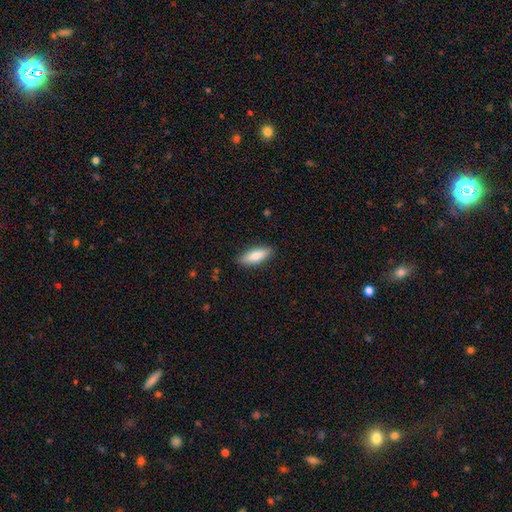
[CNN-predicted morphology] type=smooth (79%); roundness=in between (59%); merging=none (86%).